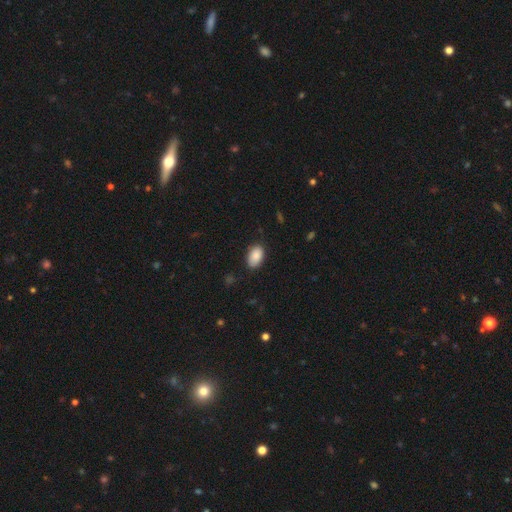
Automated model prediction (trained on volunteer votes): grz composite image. It shows a smooth galaxy with no disk features (88%) that is in between round and cigar-shaped (92%). Merging: none (82%).